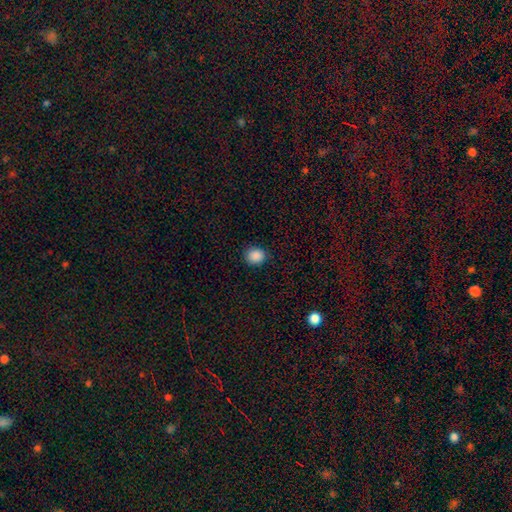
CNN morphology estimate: Smooth or featured?
  - smooth: 88% *
  - star or artifact: 9%
  - featured or disk: 2%
How rounded?
  - round: 79% *
  - in between: 21%
  - cigar-shaped: 1%
Merging?
  - none: 90% *
  - minor disturbance: 7%
  - major disturbance: 2%
  - merger: 1%